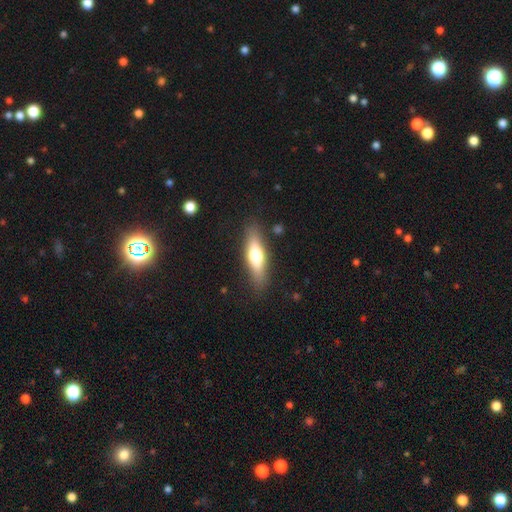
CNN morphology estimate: Smooth or featured?
  - smooth: 59% *
  - featured or disk: 35%
  - star or artifact: 6%
How rounded?
  - cigar-shaped: 57% *
  - in between: 40%
  - round: 2%
Merging?
  - none: 85% *
  - minor disturbance: 10%
  - major disturbance: 3%
  - merger: 2%